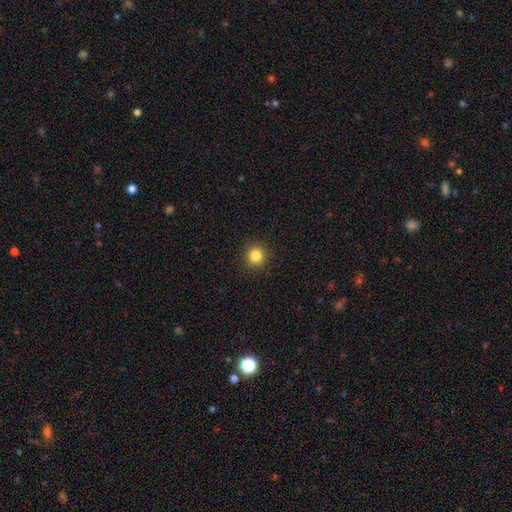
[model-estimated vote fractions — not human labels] A smooth galaxy with no disk features (84%) that is round (94%).

Vote fractions:
- Smooth or featured? smooth: 84% / star or artifact: 12% / featured or disk: 4%
- How rounded? round: 94% / in between: 5% / cigar-shaped: 1%
- Merging? none: 92% / minor disturbance: 5% / major disturbance: 2% / merger: 1%